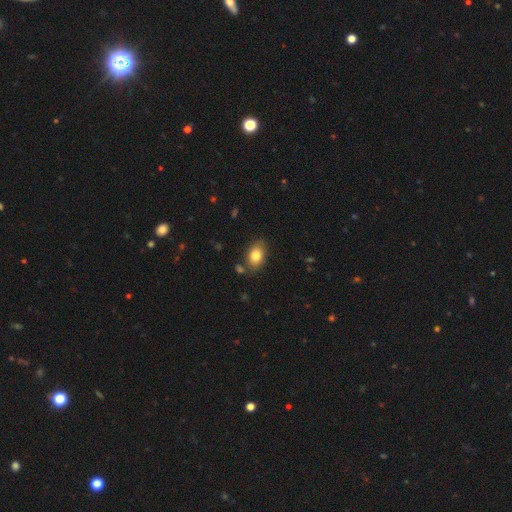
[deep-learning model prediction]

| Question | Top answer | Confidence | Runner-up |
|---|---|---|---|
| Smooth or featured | smooth | 82% | featured or disk (10%) |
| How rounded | in between | 83% | round (16%) |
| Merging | none | 78% | minor disturbance (14%) |